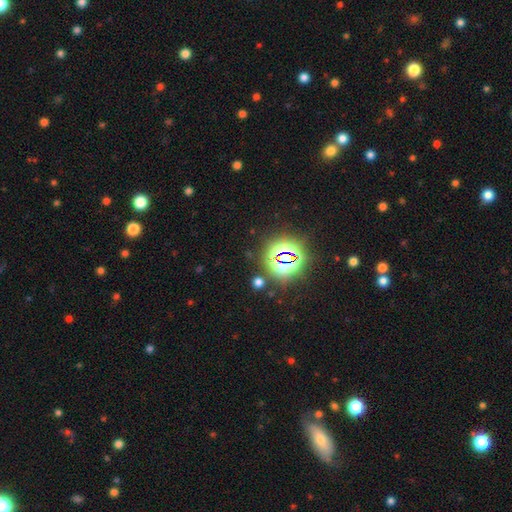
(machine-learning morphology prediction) This appears to be a star or artifact, not a galaxy (78%).